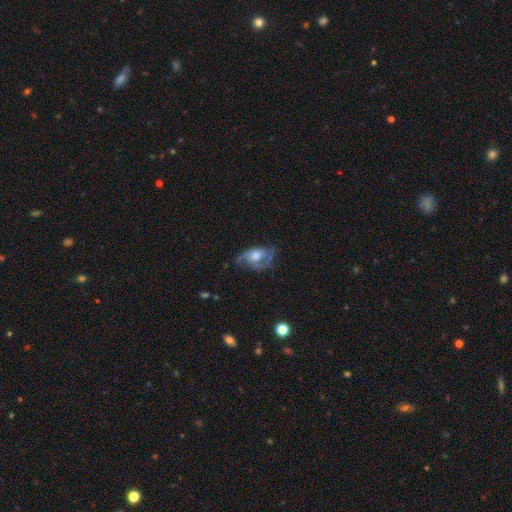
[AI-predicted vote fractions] The model was most divided on "spiral winding": medium: 47%, loose: 32%, tight: 21%. More confident: edge-on disk — no (96%); spiral arms — yes (87%); smooth or featured — featured or disk (76%); bar — no (67%); bulge size — moderate (62%); spiral arm count — 2 (62%); merging — none (52%).